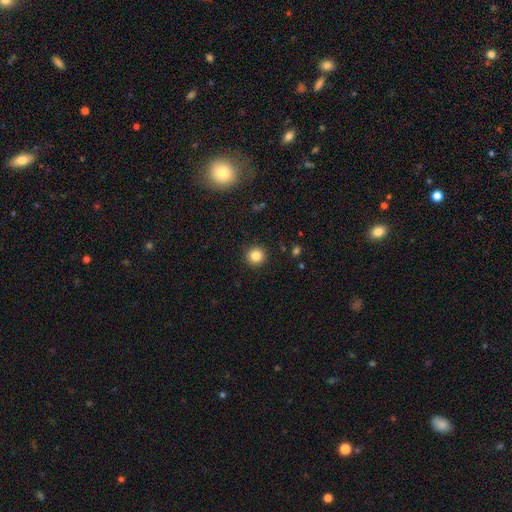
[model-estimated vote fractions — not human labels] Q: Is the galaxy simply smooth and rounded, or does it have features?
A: smooth — 84%.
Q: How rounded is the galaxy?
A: round — 94%.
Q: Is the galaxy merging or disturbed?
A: none — 92%.